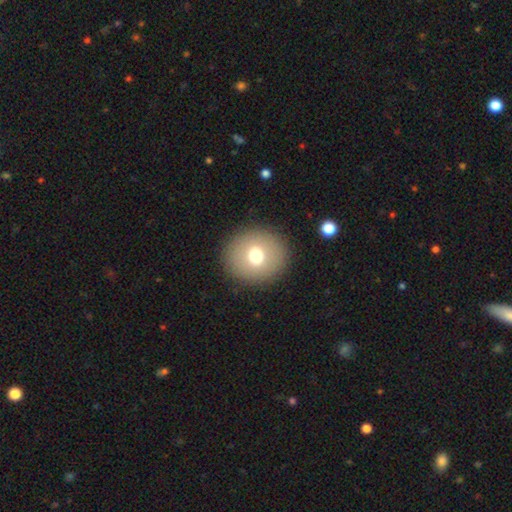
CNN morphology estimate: A smooth galaxy with no disk features (71%) that is round (88%). Merging: none (91%).